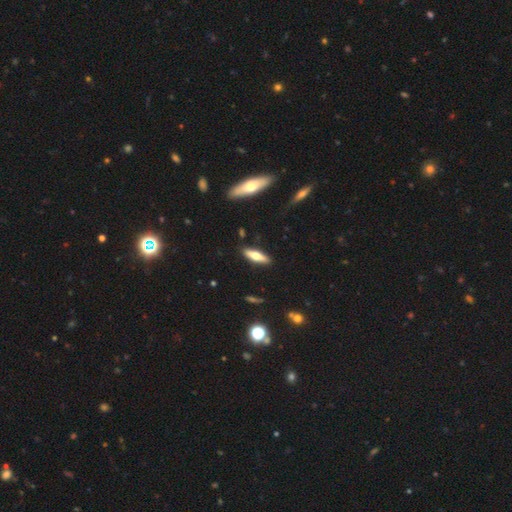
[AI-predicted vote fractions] This appears to be a smooth galaxy with no disk features (53%) that is cigar-shaped (63%). Merging: none (88%).